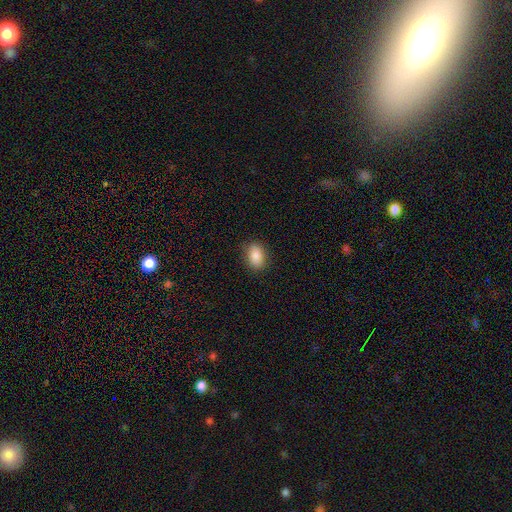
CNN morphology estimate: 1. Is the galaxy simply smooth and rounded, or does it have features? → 87% smooth, 8% star or artifact, 5% featured or disk.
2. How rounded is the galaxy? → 81% in between, 18% round, 2% cigar-shaped.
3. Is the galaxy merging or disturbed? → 87% none, 9% minor disturbance, 2% major disturbance, 1% merger.